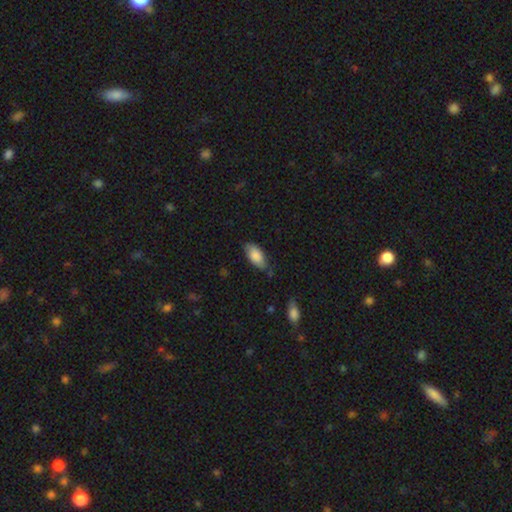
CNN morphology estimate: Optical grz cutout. It shows a smooth galaxy with no disk features (84%) that is in between round and cigar-shaped (90%). Merging: none (67%).